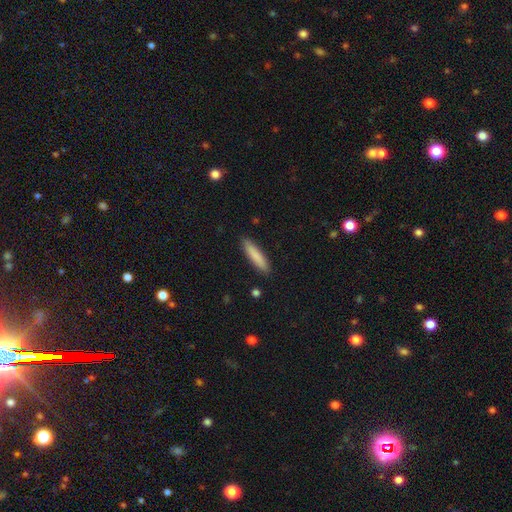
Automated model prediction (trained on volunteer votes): Smooth or featured?
  - smooth: 84% *
  - featured or disk: 10%
  - star or artifact: 6%
How rounded?
  - cigar-shaped: 85% *
  - in between: 14%
  - round: 1%
Merging?
  - none: 89% *
  - minor disturbance: 8%
  - major disturbance: 2%
  - merger: 1%